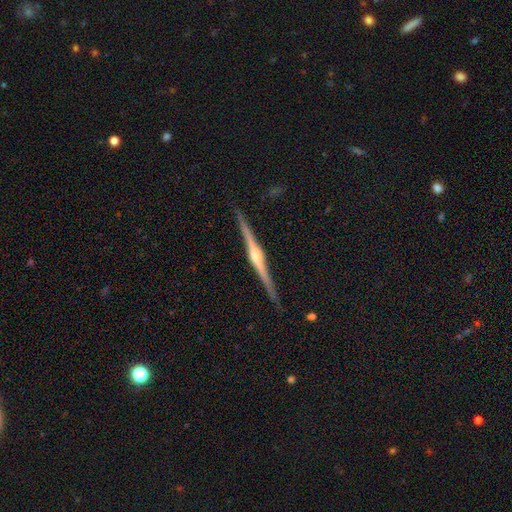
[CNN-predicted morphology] type=featured or disk (86%); edge-on=yes (99%); edge-on bulge=rounded (88%); merging=none (90%).